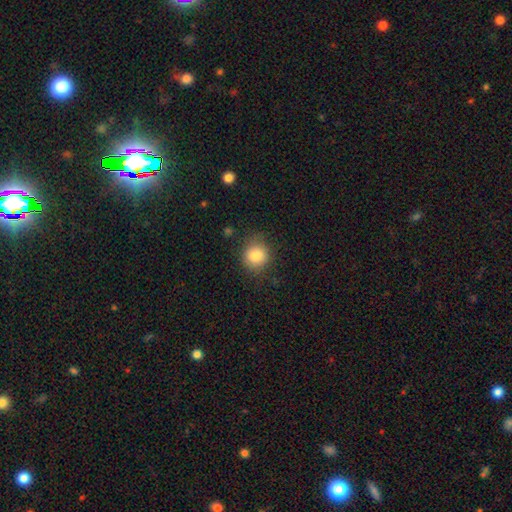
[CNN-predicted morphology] A smooth galaxy with no disk features (83%) that is round (86%).

Vote fractions:
- Smooth or featured? smooth: 83% / star or artifact: 10% / featured or disk: 7%
- How rounded? round: 86% / in between: 13% / cigar-shaped: 1%
- Merging? none: 80% / minor disturbance: 14% / major disturbance: 4% / merger: 2%